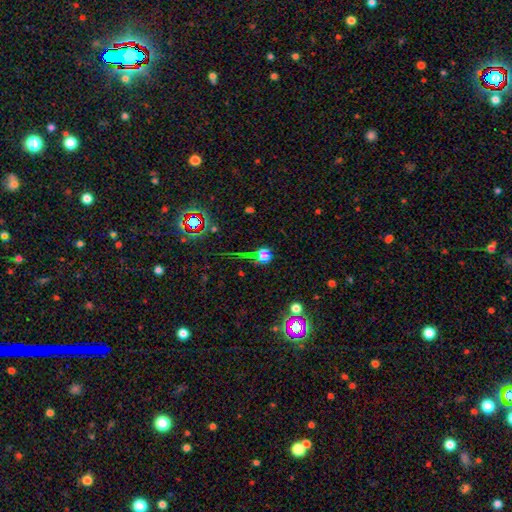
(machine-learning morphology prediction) Smooth or featured? smooth (55%)
How rounded? round (86%)
Merging? none (56%)